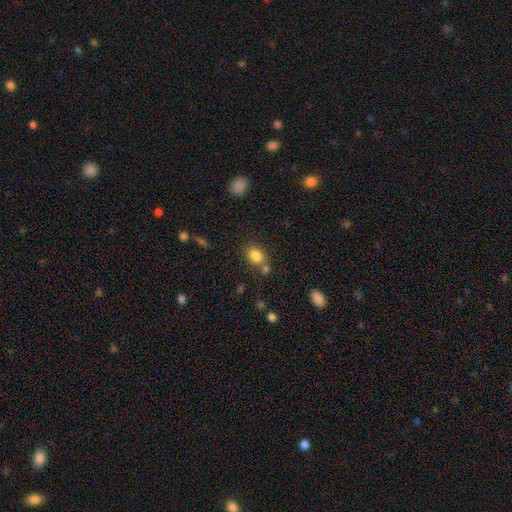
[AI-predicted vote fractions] Smooth or featured? smooth (83%)
How rounded? round (53%)
Merging? none (63%)